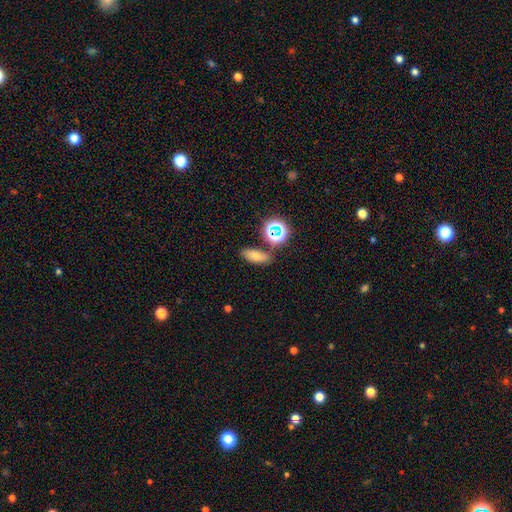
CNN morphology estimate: This appears to be a smooth galaxy with no disk features (69%) that is in between round and cigar-shaped (70%). Merging: none (75%).